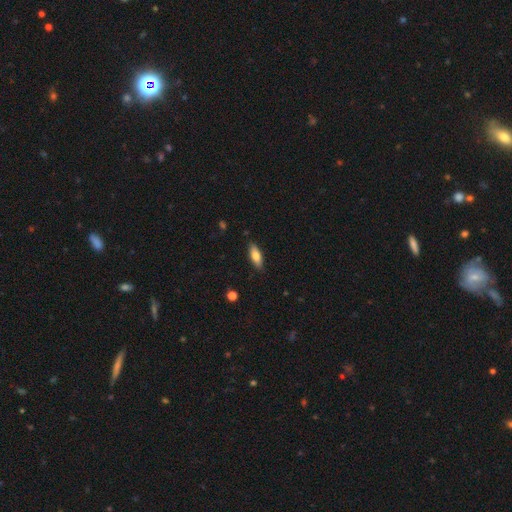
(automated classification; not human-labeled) Smooth or featured? Predicted: smooth (p=0.75). How rounded? Predicted: in between (p=0.64). Merging? Predicted: none (p=0.87).